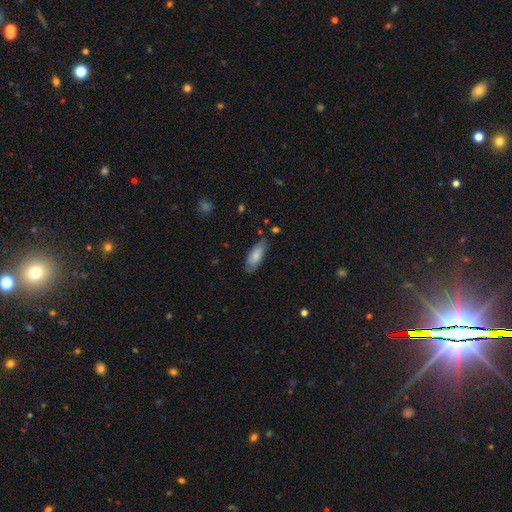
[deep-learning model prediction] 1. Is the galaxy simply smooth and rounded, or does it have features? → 80% smooth, 14% featured or disk, 6% star or artifact.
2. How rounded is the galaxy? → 75% in between, 24% cigar-shaped, 2% round.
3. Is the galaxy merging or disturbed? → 77% none, 18% minor disturbance, 3% major disturbance, 2% merger.